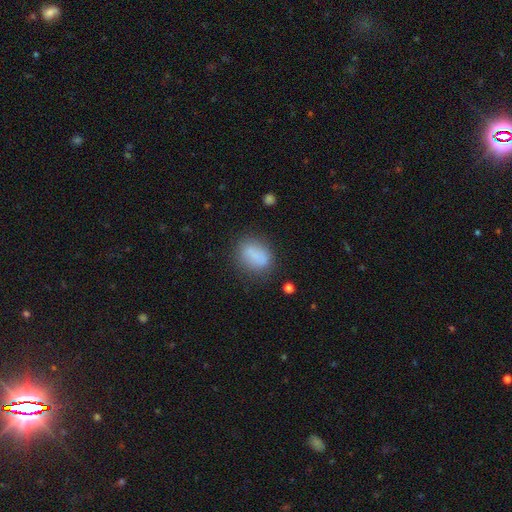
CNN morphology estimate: Q: Smooth or featured?
A: smooth (79%); runner-up: featured or disk (12%)
Q: How rounded?
A: in between (71%); runner-up: round (24%)
Q: Merging?
A: none (71%); runner-up: minor disturbance (18%)